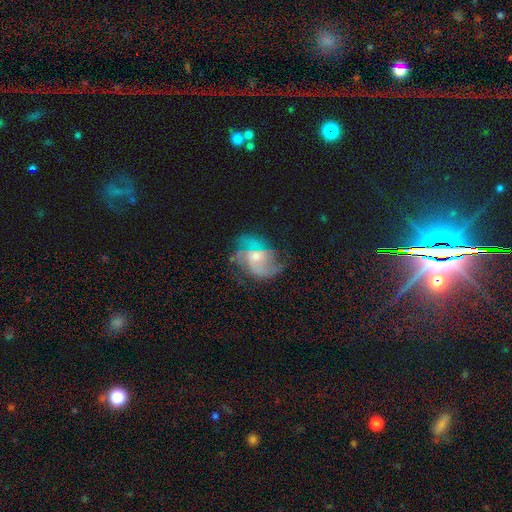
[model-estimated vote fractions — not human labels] Smooth or featured?
  - featured or disk: 74% *
  - smooth: 18%
  - star or artifact: 8%
Edge-on disk?
  - no: 97% *
  - yes: 3%
Bar?
  - no: 60% *
  - weak: 34%
  - strong: 6%
Spiral arms?
  - yes: 86% *
  - no: 14%
Spiral winding?
  - medium: 44% *
  - loose: 35%
  - tight: 21%
Spiral arm count?
  - 2: 49% *
  - can't tell: 24%
  - 3: 13%
  - 1: 6%
  - 4: 5%
  - more than 4: 4%
Bulge size?
  - moderate: 47% *
  - small: 42%
  - large: 5%
  - none: 5%
  - dominant: 1%
Merging?
  - none: 55% *
  - minor disturbance: 23%
  - major disturbance: 20%
  - merger: 2%